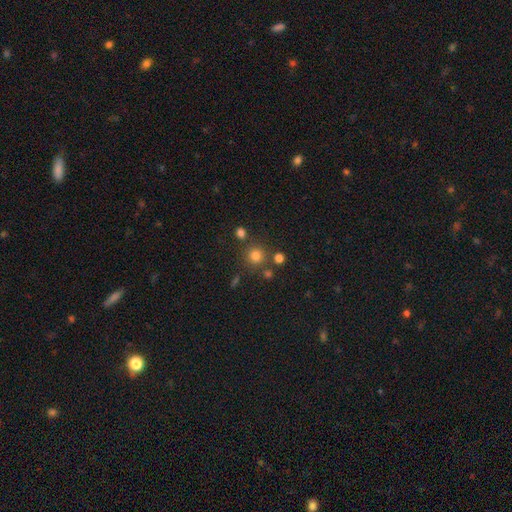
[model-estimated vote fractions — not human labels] Morphology: type=smooth (78%); roundness=round (92%); merging=none (78%).